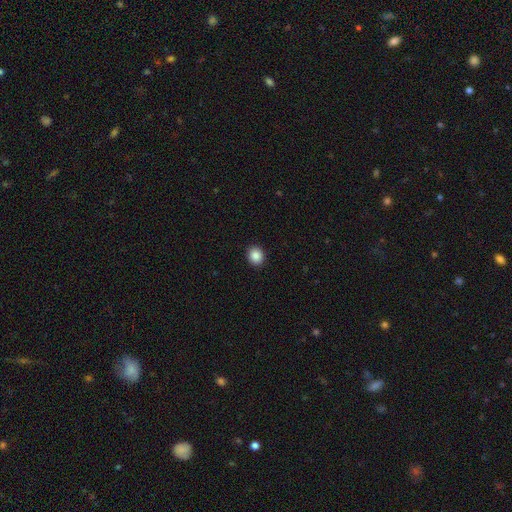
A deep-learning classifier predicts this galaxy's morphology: Smooth or featured: smooth — 88% (star or artifact — 9%)
How rounded: round — 77% (in between — 22%)
Merging: none — 93% (minor disturbance — 5%)